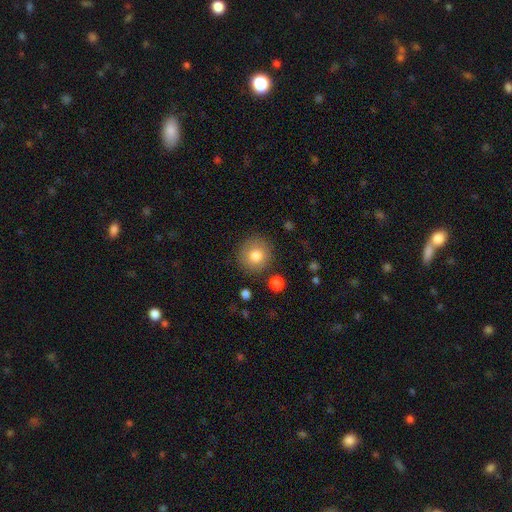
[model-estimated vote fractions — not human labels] Smooth or featured: smooth — 81% (featured or disk — 10%)
How rounded: round — 92% (in between — 7%)
Merging: none — 85% (minor disturbance — 9%)